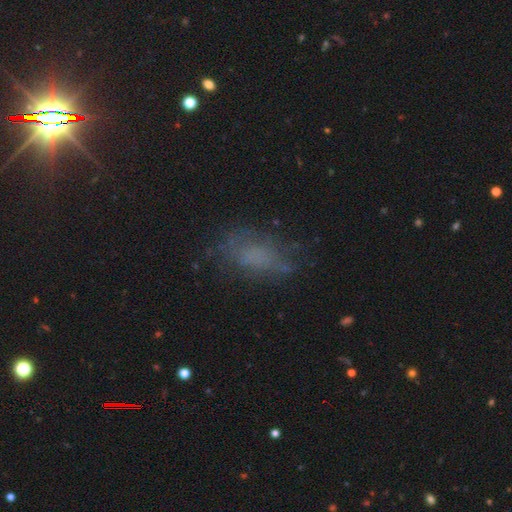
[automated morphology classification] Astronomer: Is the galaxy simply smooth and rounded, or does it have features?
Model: smooth — 53%.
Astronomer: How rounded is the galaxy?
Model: in between — 84%.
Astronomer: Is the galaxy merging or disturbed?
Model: none — 58%.